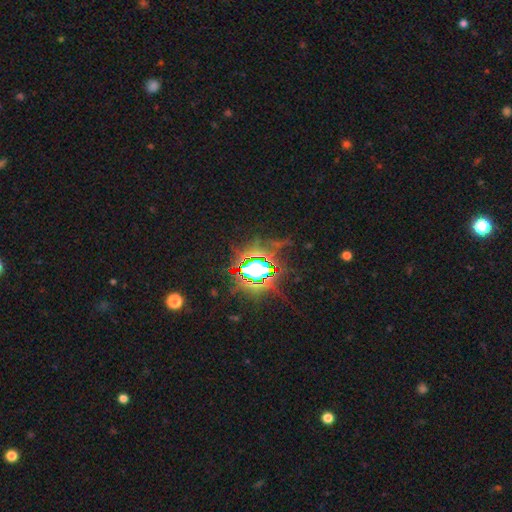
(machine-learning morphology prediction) This is likely a star or artifact rather than a galaxy (78%).